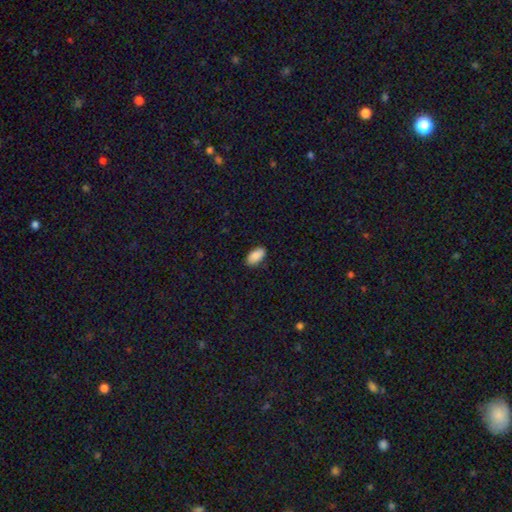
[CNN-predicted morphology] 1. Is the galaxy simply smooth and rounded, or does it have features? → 89% smooth, 7% star or artifact, 4% featured or disk.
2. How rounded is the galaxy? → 95% in between, 3% cigar-shaped, 3% round.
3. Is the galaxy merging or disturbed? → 86% none, 11% minor disturbance, 2% major disturbance, 1% merger.